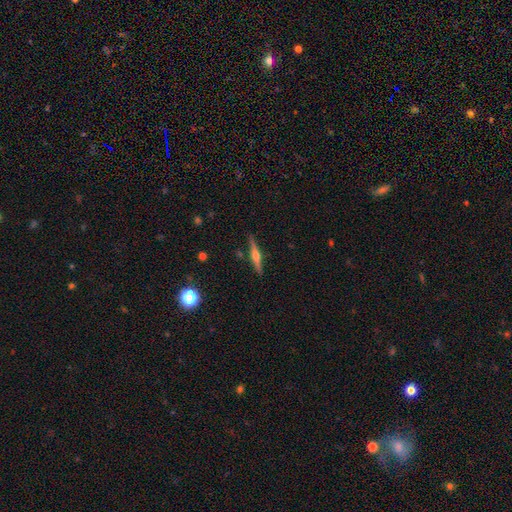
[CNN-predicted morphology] Smooth or featured? Predicted: featured or disk (p=0.70). Edge-on disk? Predicted: yes (p=0.98). Edge-on bulge? Predicted: rounded (p=0.90). Merging? Predicted: none (p=0.89).